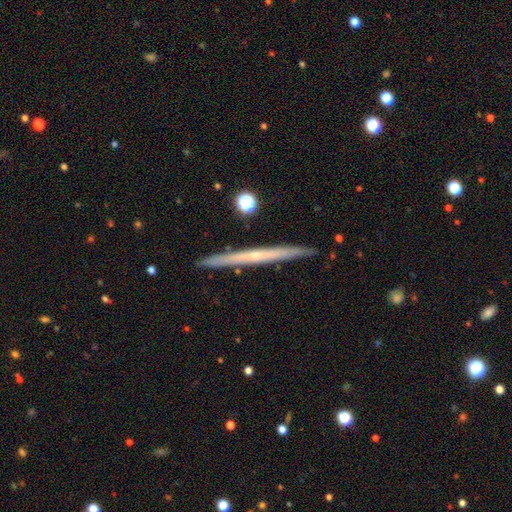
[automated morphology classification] A featured or disk galaxy (64%) viewed edge-on (97%) with no central bulge (75%).

Vote fractions:
- Smooth or featured? featured or disk: 64% / smooth: 29% / star or artifact: 6%
- Edge-on disk? yes: 97% / no: 3%
- Edge-on bulge? none: 75% / rounded: 22% / boxy: 3%
- Merging? none: 91% / minor disturbance: 6% / merger: 1% / major disturbance: 1%